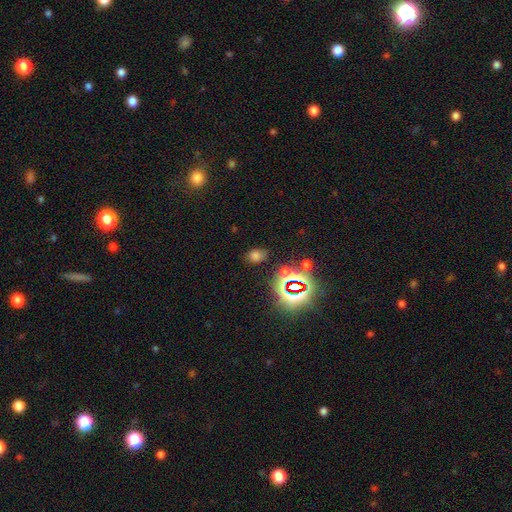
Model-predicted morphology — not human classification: smooth 59%, star or artifact 32%, featured or disk 8%. Down the decision tree: how rounded — in between (72%); merging — none (71%).